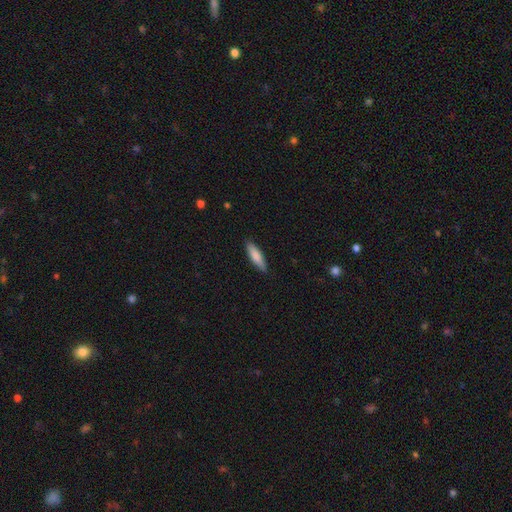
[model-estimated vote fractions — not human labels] Morphology: type=smooth (78%); roundness=cigar-shaped (71%); merging=none (88%).